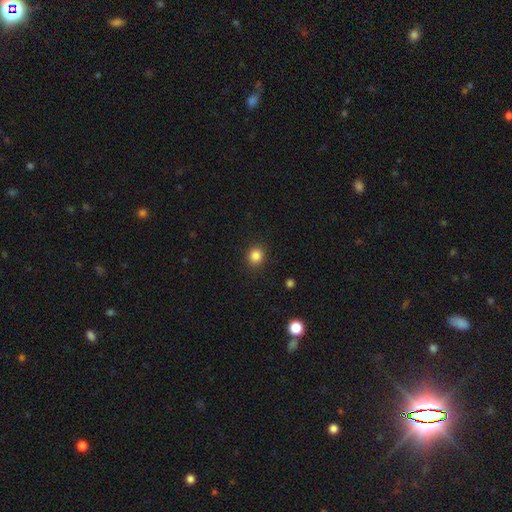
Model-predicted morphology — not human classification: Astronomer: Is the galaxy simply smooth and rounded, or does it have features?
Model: smooth — 85%.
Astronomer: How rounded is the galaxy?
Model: round — 76%.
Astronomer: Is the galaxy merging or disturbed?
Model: none — 90%.